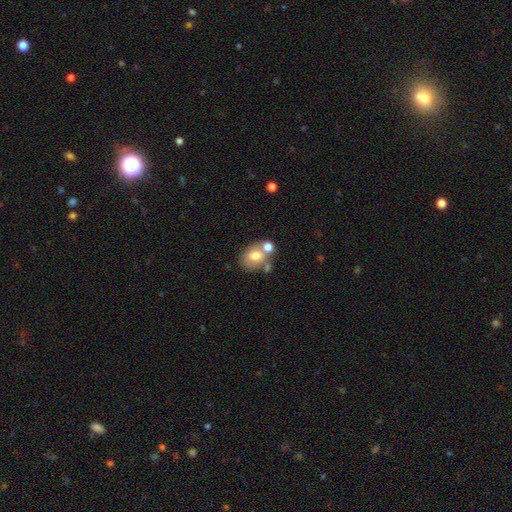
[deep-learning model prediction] Q: Smooth or featured?
A: smooth (68%); runner-up: featured or disk (22%)
Q: How rounded?
A: in between (58%); runner-up: round (41%)
Q: Merging?
A: none (44%); runner-up: merger (35%)